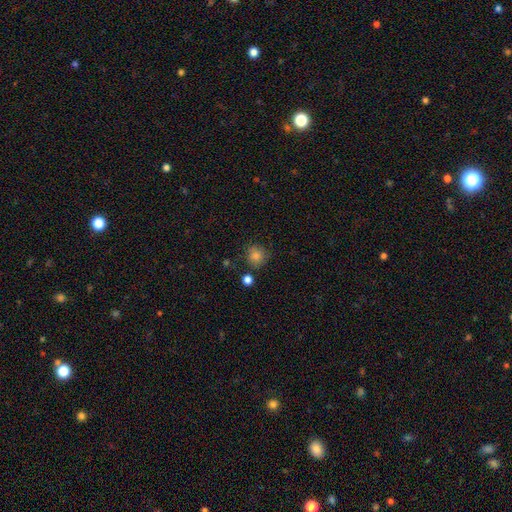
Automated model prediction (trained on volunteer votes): Smooth or featured? Predicted: smooth (p=0.81). How rounded? Predicted: round (p=0.89). Merging? Predicted: none (p=0.80).